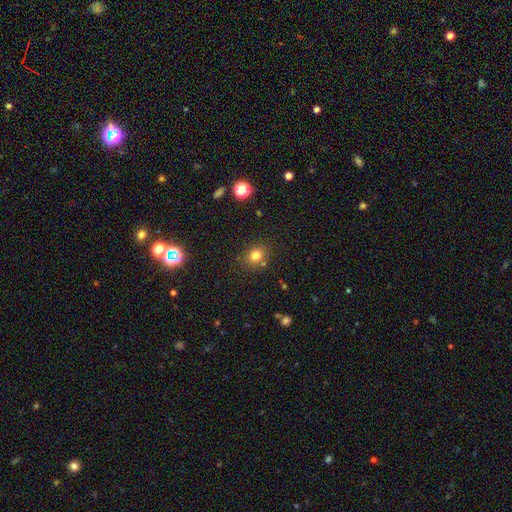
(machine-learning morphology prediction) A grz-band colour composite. It shows a smooth galaxy with no disk features (77%) that is round (70%). Merging: none (78%).